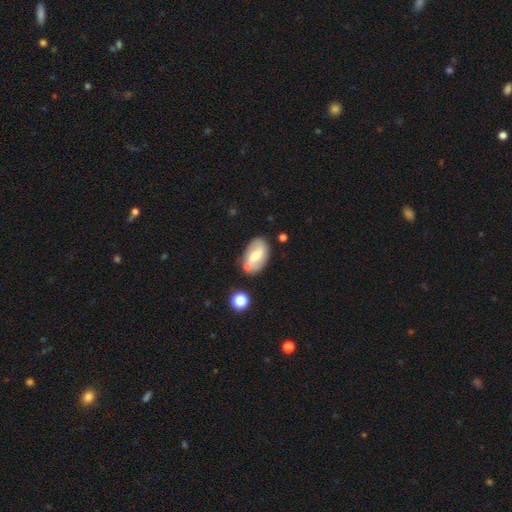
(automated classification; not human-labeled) Smooth or featured?
  - smooth: 49% *
  - featured or disk: 43%
  - star or artifact: 8%
Merging?
  - none: 66% *
  - minor disturbance: 17%
  - merger: 12%
  - major disturbance: 5%